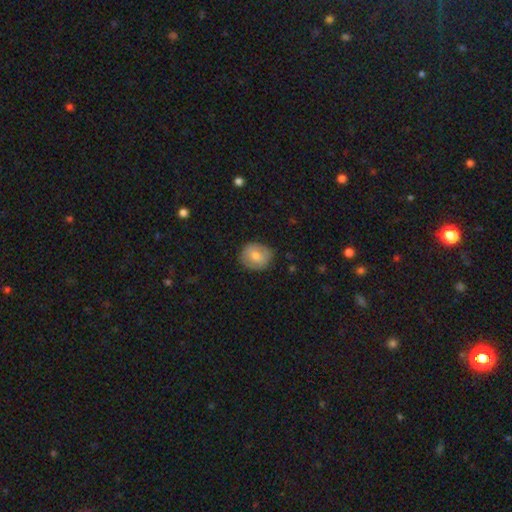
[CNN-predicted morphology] smooth-or-featured: smooth: 71% | featured or disk: 21% | star or artifact: 8%
  how-rounded: round: 75% | in between: 24% | cigar-shaped: 1%
  merging: none: 82% | minor disturbance: 14% | major disturbance: 3% | merger: 1%